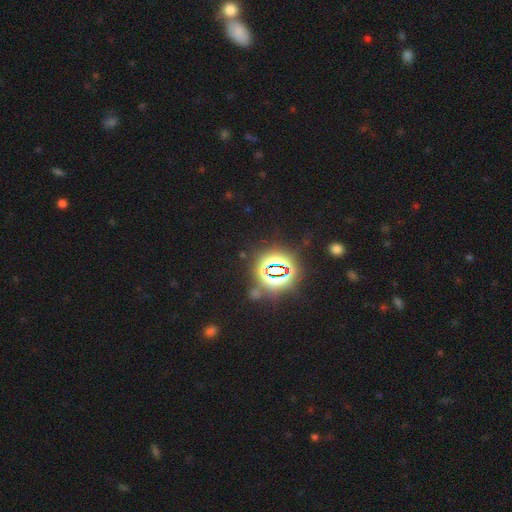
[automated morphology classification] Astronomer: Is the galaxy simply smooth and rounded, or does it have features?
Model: star or artifact — 83%.